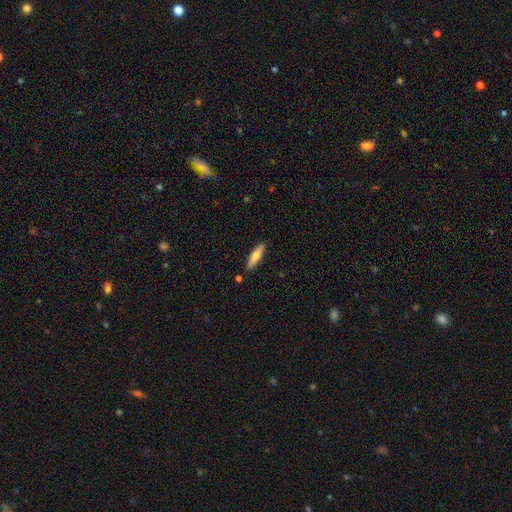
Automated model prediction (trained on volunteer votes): smooth 68%, featured or disk 26%, star or artifact 6%. Down the decision tree: how rounded — cigar-shaped (67%); merging — none (86%).